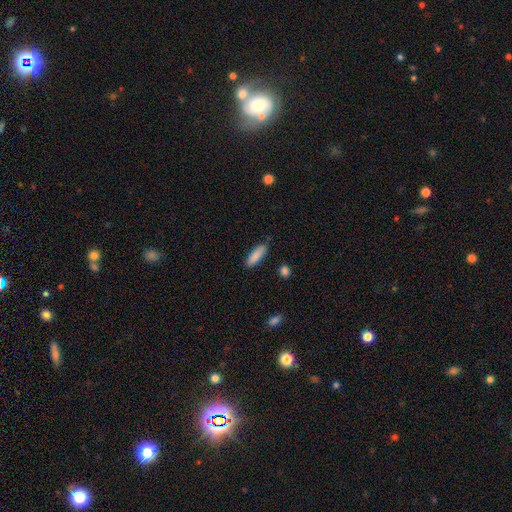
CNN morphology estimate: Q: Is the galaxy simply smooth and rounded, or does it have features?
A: smooth — 88%.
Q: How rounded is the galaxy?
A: in between — 50%.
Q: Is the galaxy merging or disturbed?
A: none — 84%.